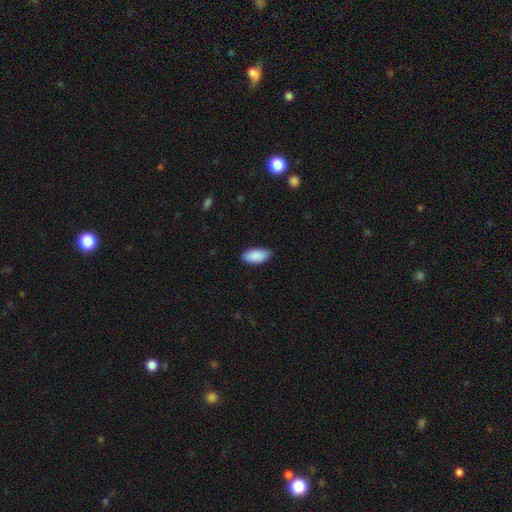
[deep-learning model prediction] Smooth or featured? Predicted: smooth (p=0.90). How rounded? Predicted: in between (p=0.93). Merging? Predicted: none (p=0.80).